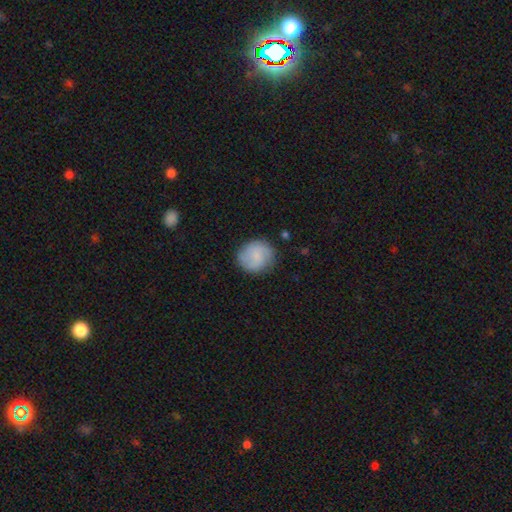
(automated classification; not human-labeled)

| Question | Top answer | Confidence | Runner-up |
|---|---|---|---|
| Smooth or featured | smooth | 69% | featured or disk (24%) |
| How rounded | round | 88% | in between (11%) |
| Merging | none | 81% | minor disturbance (14%) |